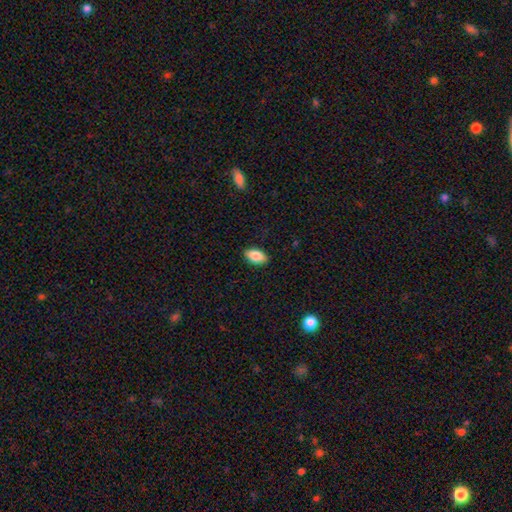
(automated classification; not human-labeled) A smooth galaxy with no disk features (83%) that is in between round and cigar-shaped (92%).

Vote fractions:
- Smooth or featured? smooth: 83% / featured or disk: 10% / star or artifact: 7%
- How rounded? in between: 92% / round: 4% / cigar-shaped: 4%
- Merging? none: 88% / minor disturbance: 9% / major disturbance: 2% / merger: 1%